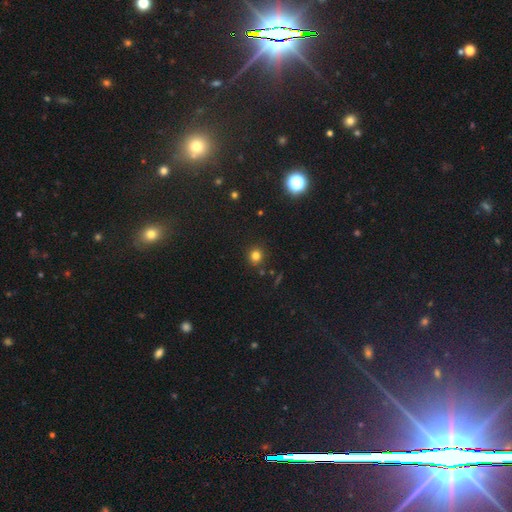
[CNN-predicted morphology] This is likely a smooth galaxy (79%). How rounded: clearly round (87%). Merging: clearly none (86%).